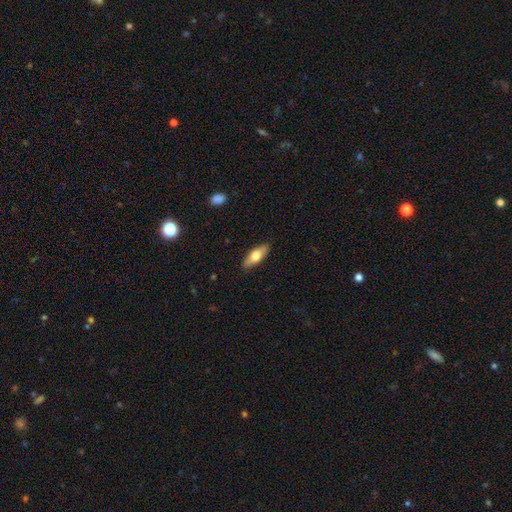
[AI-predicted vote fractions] This appears to be a smooth galaxy with no disk features (62%) that is in between round and cigar-shaped (64%). Merging: none (89%).